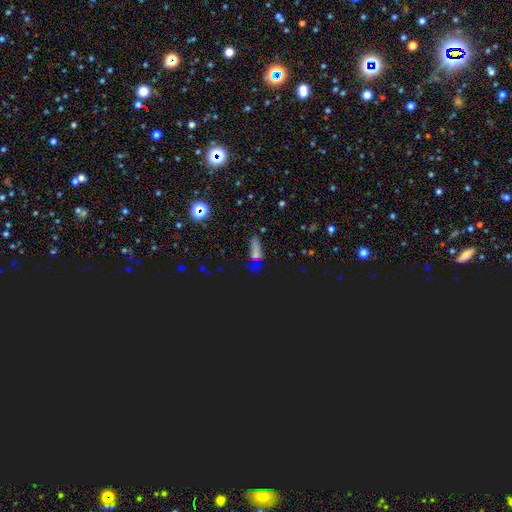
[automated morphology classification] Q: Smooth or featured?
A: star or artifact (44%); runner-up: smooth (41%)